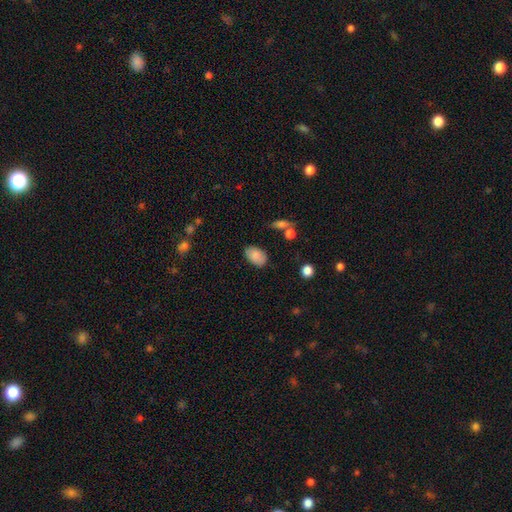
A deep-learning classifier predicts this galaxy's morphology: A smooth galaxy with no disk features (85%) that is in between round and cigar-shaped (91%).

Vote fractions:
- Smooth or featured? smooth: 85% / featured or disk: 8% / star or artifact: 7%
- How rounded? in between: 91% / round: 8% / cigar-shaped: 1%
- Merging? none: 80% / minor disturbance: 14% / major disturbance: 3% / merger: 2%